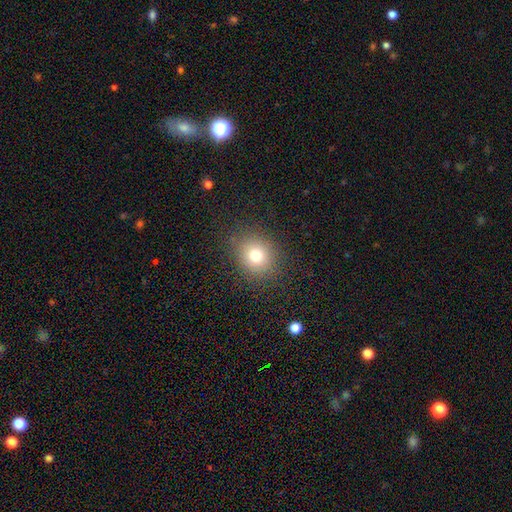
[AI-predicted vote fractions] Morphology: type=smooth (75%); roundness=round (77%); merging=none (86%).